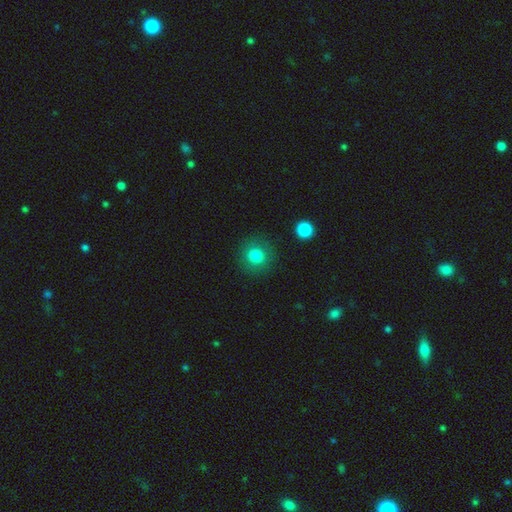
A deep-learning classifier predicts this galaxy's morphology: Smooth or featured? Predicted: smooth (p=0.82). How rounded? Predicted: round (p=0.92). Merging? Predicted: none (p=0.87).